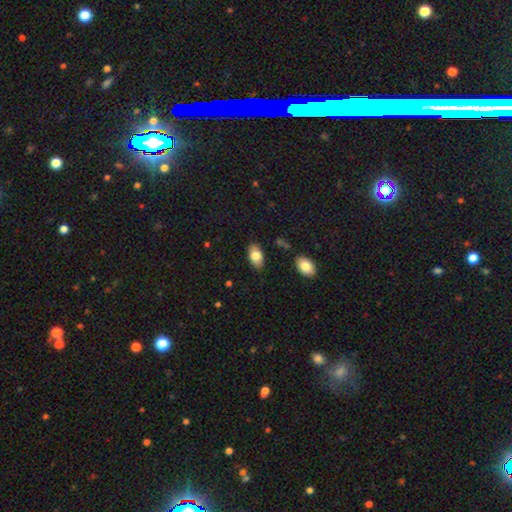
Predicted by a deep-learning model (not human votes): Smooth or featured?
  - smooth: 79% *
  - featured or disk: 14%
  - star or artifact: 7%
How rounded?
  - in between: 93% *
  - round: 5%
  - cigar-shaped: 2%
Merging?
  - none: 85% *
  - minor disturbance: 11%
  - major disturbance: 2%
  - merger: 2%